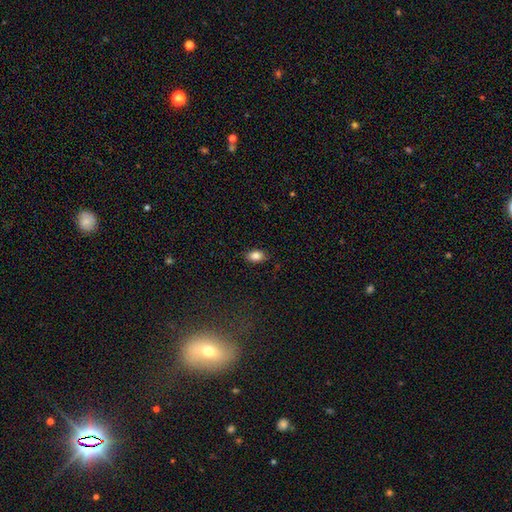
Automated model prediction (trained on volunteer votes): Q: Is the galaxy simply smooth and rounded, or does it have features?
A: smooth — 84%.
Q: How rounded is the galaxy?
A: in between — 86%.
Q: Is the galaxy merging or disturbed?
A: none — 86%.